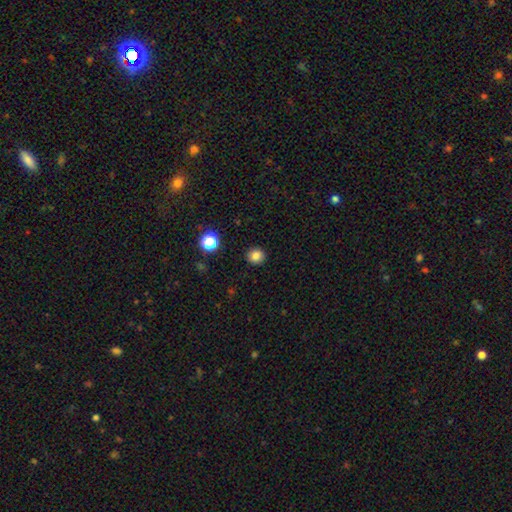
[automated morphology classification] The model was most divided on "smooth or featured": smooth: 83%, star or artifact: 12%, featured or disk: 5%. More confident: merging — none (92%); how rounded — round (89%).